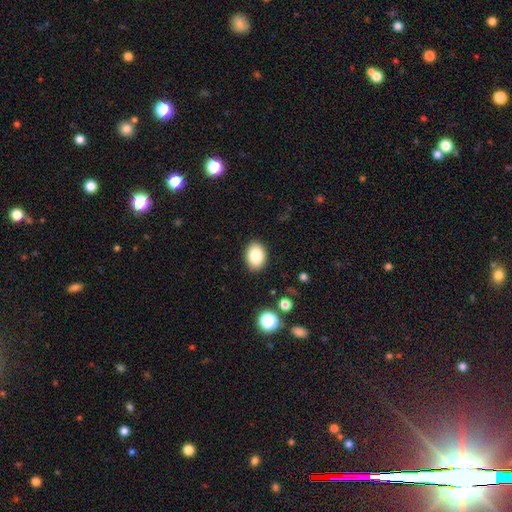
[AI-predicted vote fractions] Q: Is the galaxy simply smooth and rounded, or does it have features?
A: smooth — 84%.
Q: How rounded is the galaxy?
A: in between — 76%.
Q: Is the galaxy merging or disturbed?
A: none — 88%.